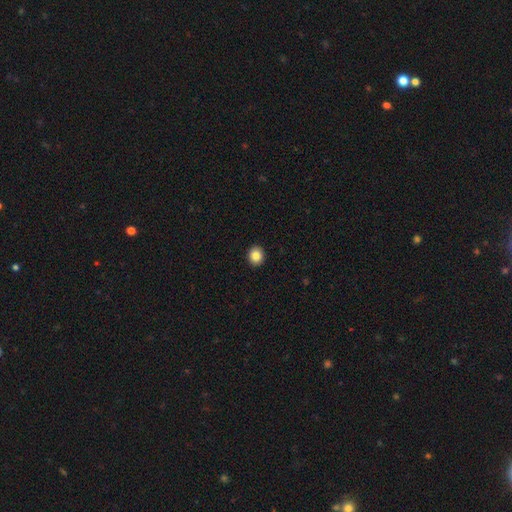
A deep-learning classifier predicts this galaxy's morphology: A smooth galaxy with no disk features (86%) that is round (78%).

Vote fractions:
- Smooth or featured? smooth: 86% / star or artifact: 9% / featured or disk: 5%
- How rounded? round: 78% / in between: 22% / cigar-shaped: 1%
- Merging? none: 93% / minor disturbance: 5% / major disturbance: 1% / merger: 1%